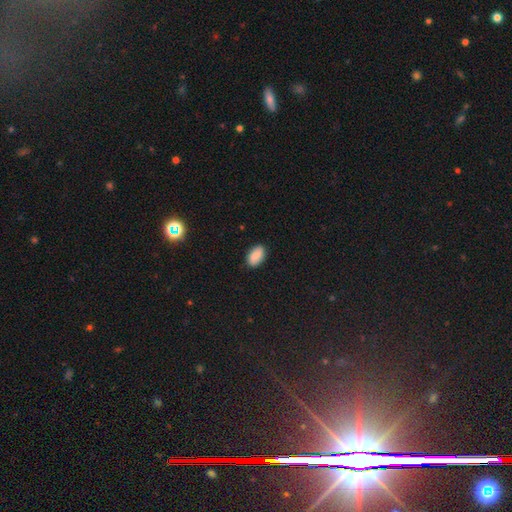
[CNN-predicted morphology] smooth-or-featured: smooth: 85% | featured or disk: 8% | star or artifact: 7%
  how-rounded: in between: 93% | round: 6% | cigar-shaped: 2%
  merging: none: 87% | minor disturbance: 10% | major disturbance: 2% | merger: 1%